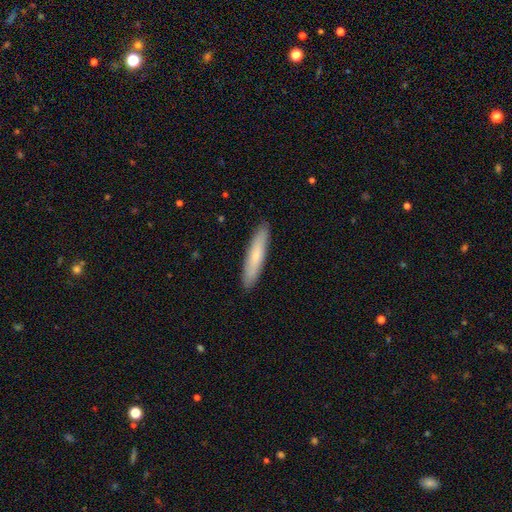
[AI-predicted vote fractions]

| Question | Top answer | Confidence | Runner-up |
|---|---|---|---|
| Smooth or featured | smooth | 69% | featured or disk (25%) |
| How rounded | cigar-shaped | 87% | in between (12%) |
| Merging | none | 90% | minor disturbance (7%) |